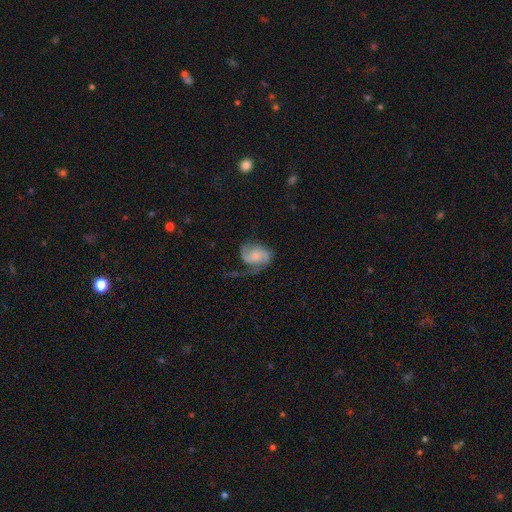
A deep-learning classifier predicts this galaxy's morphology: Overall: featured or disk (72%). Edge-on disk: no (98%). Bar: no (65%; weak 29%). Spiral arms: yes (93%). Spiral arm count: 2 (71%). Spiral winding: medium (41%; loose 40%). Bulge size: none (39%; small 26%). Merging: none (40%; major disturbance 34%).